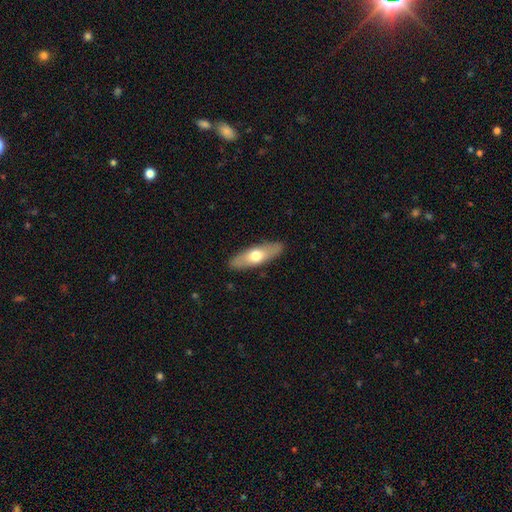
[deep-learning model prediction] Smooth or featured? smooth (57%)
How rounded? cigar-shaped (50%)
Merging? none (89%)